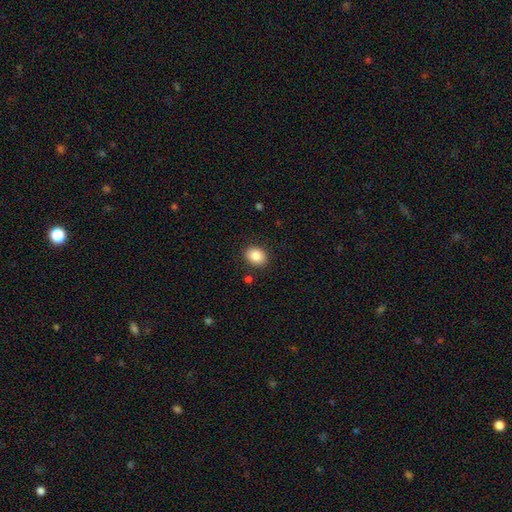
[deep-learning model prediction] This appears to be a smooth galaxy with no disk features (86%) that is in between round and cigar-shaped (52%). Merging: none (88%).